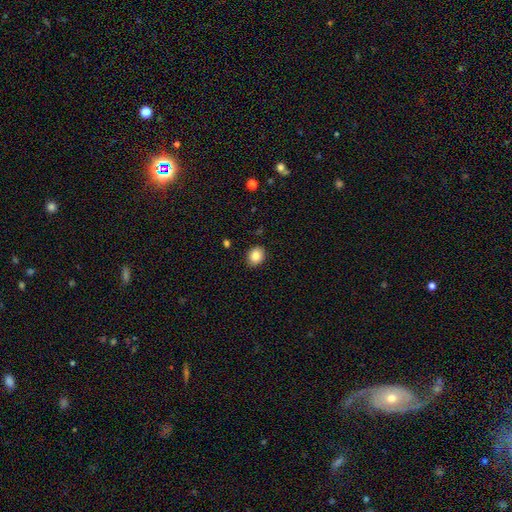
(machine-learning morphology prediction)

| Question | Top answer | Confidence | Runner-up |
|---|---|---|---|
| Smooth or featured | smooth | 85% | star or artifact (9%) |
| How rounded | round | 54% | in between (45%) |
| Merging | none | 89% | minor disturbance (8%) |